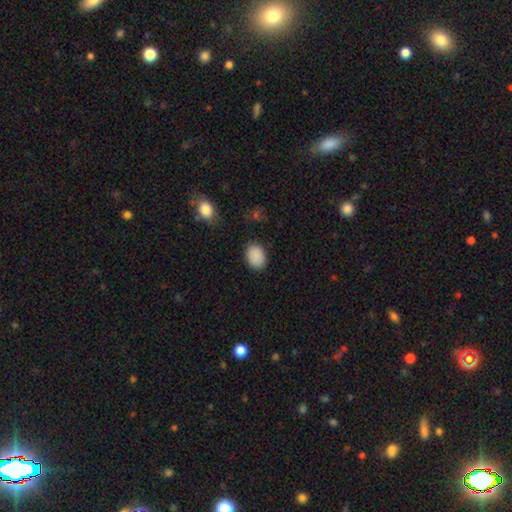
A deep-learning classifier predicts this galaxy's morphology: A smooth galaxy with no disk features (89%) that is in between round and cigar-shaped (74%).

Vote fractions:
- Smooth or featured? smooth: 89% / star or artifact: 8% / featured or disk: 3%
- How rounded? in between: 74% / round: 25% / cigar-shaped: 1%
- Merging? none: 86% / minor disturbance: 10% / major disturbance: 3% / merger: 1%